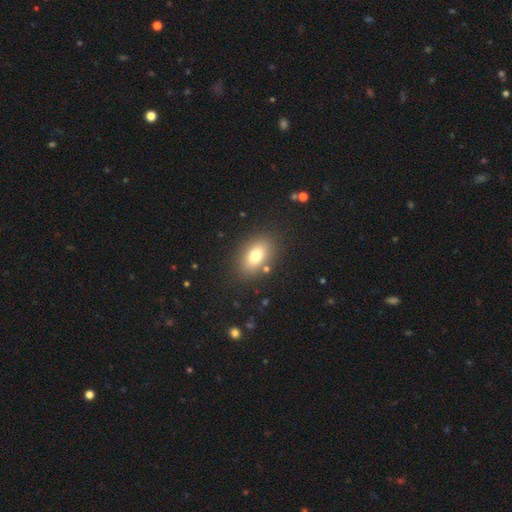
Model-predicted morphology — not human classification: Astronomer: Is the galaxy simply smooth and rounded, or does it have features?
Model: smooth — 77%.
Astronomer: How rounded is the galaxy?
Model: in between — 86%.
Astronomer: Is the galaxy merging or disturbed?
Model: none — 84%.